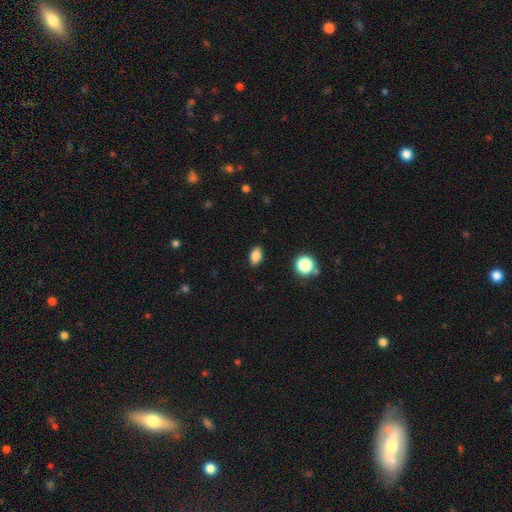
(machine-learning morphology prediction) smooth-or-featured: smooth: 85% | star or artifact: 10% | featured or disk: 5%
  how-rounded: in between: 87% | round: 10% | cigar-shaped: 2%
  merging: none: 88% | minor disturbance: 8% | major disturbance: 2% | merger: 1%